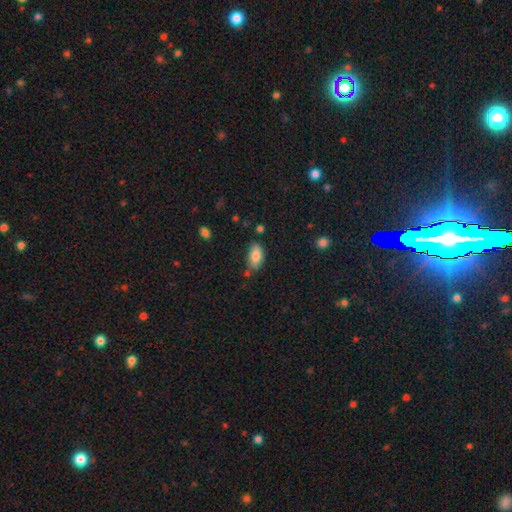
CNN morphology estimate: A smooth galaxy with no disk features (82%) that is in between round and cigar-shaped (91%). Merging: none (64%).